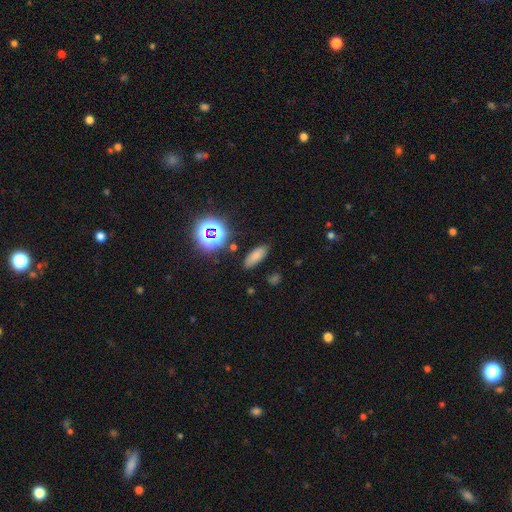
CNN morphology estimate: A smooth galaxy with no disk features (74%) that is in between round and cigar-shaped (76%). Merging: none (85%).